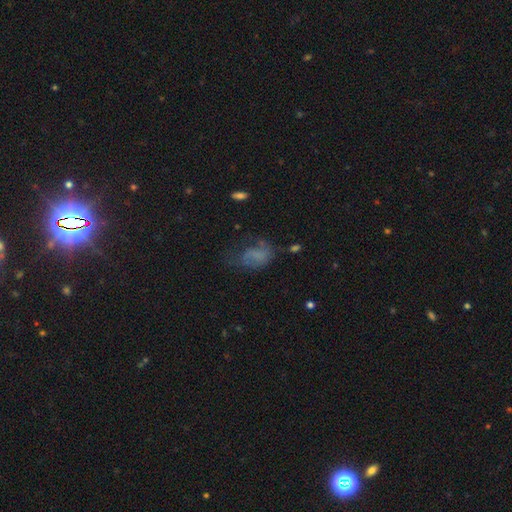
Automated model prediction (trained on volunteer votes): Smooth or featured: smooth — 46% (featured or disk — 37%)
Merging: none — 37% (major disturbance — 34%)